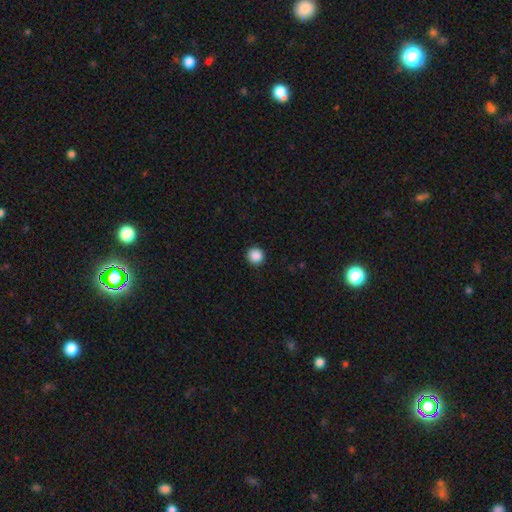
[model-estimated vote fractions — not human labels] This appears to be a smooth galaxy with no disk features (88%) that is round (94%). Merging: none (92%).